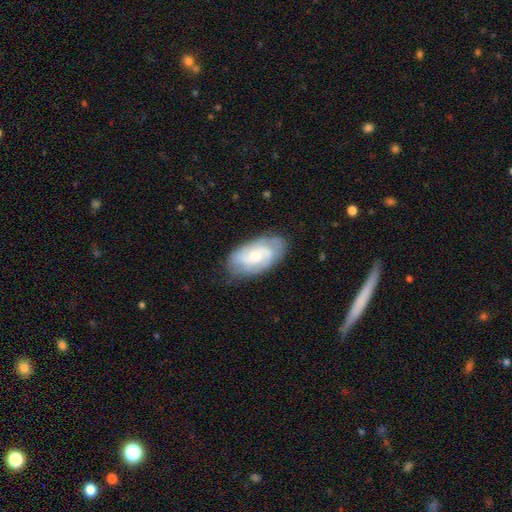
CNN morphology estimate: The model was most divided on "spiral winding": tight: 46%, medium: 42%, loose: 12%. Remaining: edge-on disk — no (96%); spiral arms — yes (92%); merging — none (75%); smooth or featured — featured or disk (70%); bar — no (58%); spiral arm count — 2 (48%); bulge size — moderate (43%).